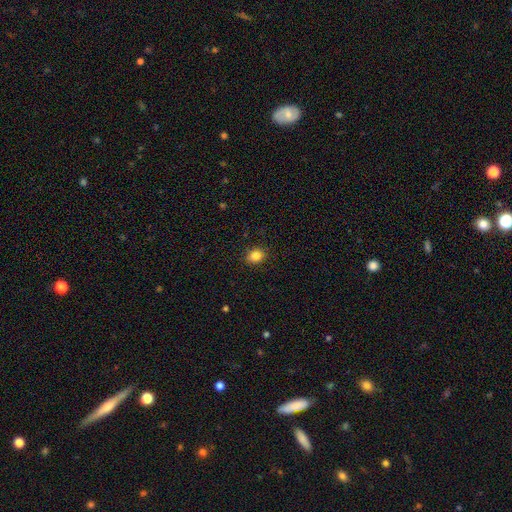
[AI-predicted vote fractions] smooth-or-featured: smooth: 84% | star or artifact: 10% | featured or disk: 6%
  how-rounded: in between: 50% | round: 49% | cigar-shaped: 1%
  merging: none: 89% | minor disturbance: 8% | major disturbance: 2% | merger: 1%